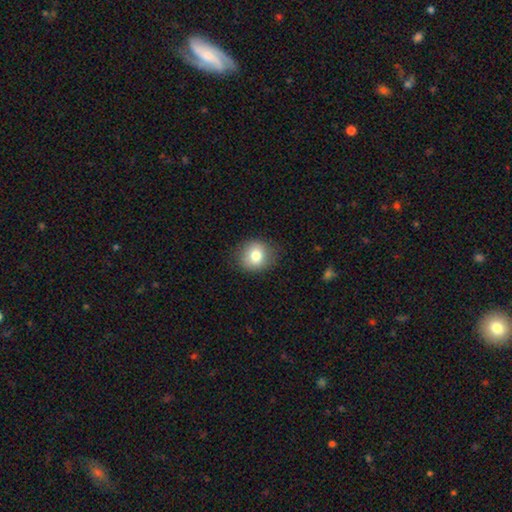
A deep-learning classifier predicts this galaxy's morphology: smooth 78%, featured or disk 12%, star or artifact 10%. Down the decision tree: how rounded — round (83%); merging — none (85%).